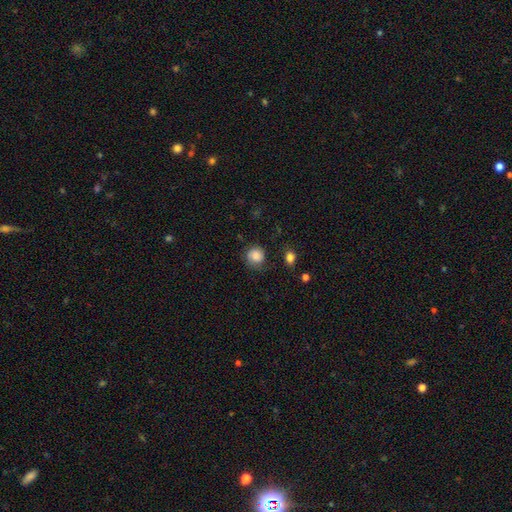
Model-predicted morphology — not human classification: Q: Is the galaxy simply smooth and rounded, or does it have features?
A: smooth — 79%.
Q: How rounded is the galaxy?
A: round — 86%.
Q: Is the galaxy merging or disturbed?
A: none — 64%.